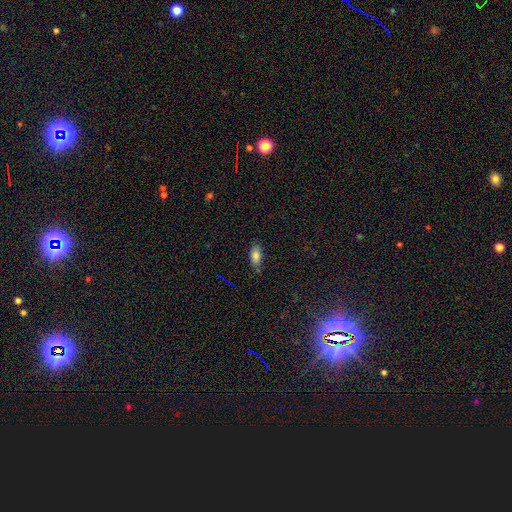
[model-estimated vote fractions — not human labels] Smooth or featured: smooth — 81% (star or artifact — 10%)
How rounded: in between — 87% (cigar-shaped — 10%)
Merging: none — 75% (minor disturbance — 18%)